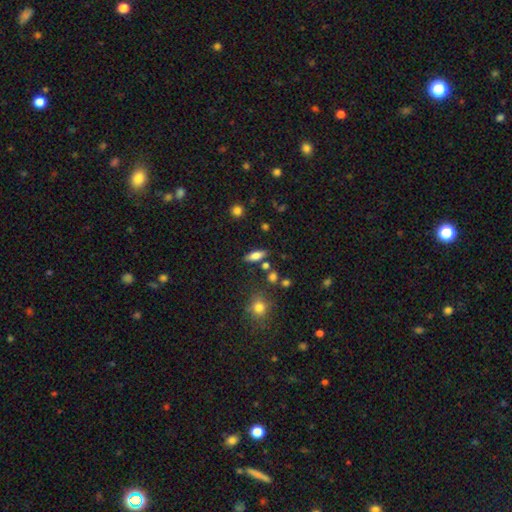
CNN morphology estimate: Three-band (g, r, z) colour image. It shows a smooth galaxy with no disk features (78%) that is in between round and cigar-shaped (75%). Merging: none (80%).